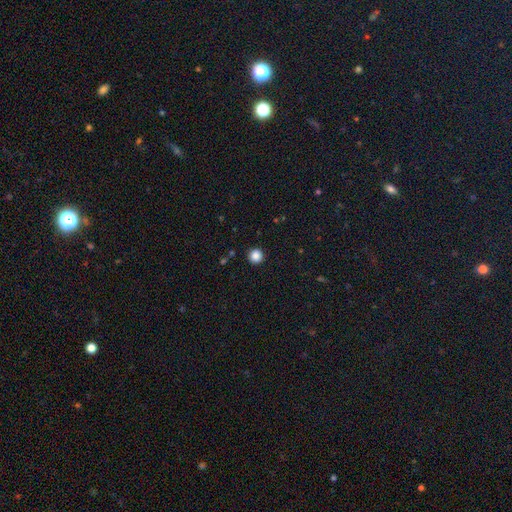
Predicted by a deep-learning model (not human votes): The model was most divided on "smooth or featured": smooth: 86%, star or artifact: 10%, featured or disk: 3%. More confident: how rounded — round (96%); merging — none (93%).